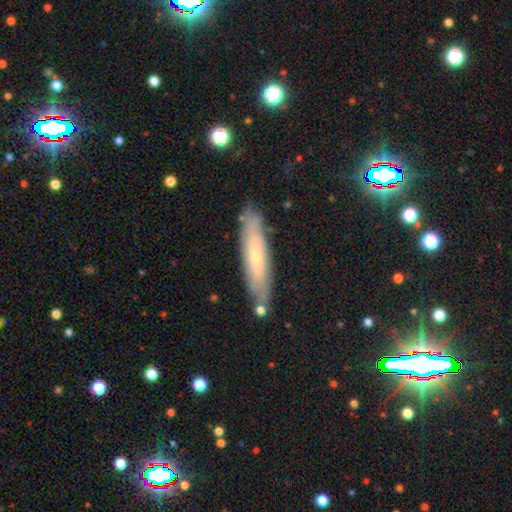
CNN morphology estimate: This appears to be a featured or disk galaxy (54%) viewed edge-on (52%). Merging: none (82%).